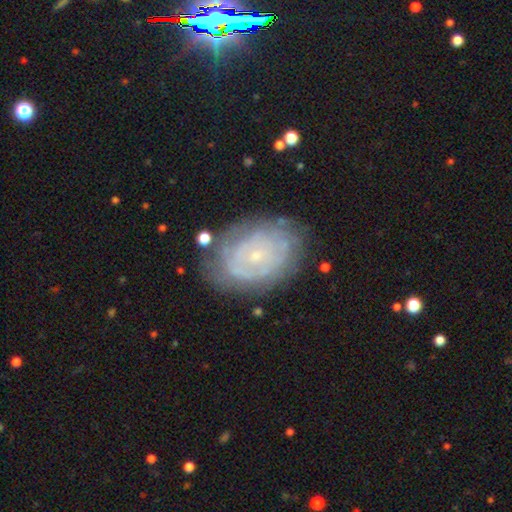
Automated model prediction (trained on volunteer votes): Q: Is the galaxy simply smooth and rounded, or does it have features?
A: featured or disk — 73%.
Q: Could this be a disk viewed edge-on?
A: no — 97%.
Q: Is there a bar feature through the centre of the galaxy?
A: no — 79%.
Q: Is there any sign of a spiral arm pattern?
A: yes — 83%.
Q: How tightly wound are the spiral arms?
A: tight — 78%.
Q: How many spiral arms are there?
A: can't tell — 53%.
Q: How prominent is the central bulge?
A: small — 84%.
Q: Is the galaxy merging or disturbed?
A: none — 74%.